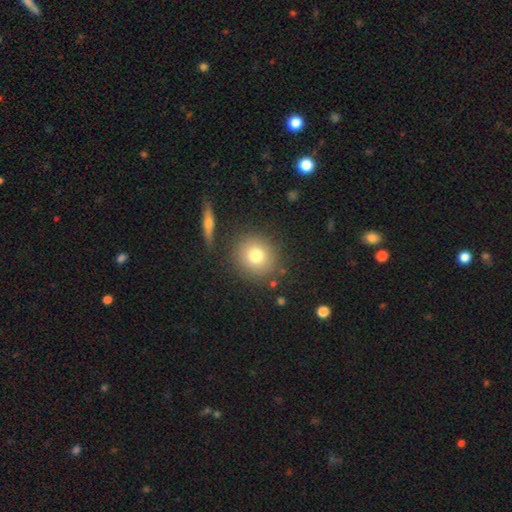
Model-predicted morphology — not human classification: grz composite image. It shows a smooth galaxy with no disk features (77%) that is round (85%). Merging: none (84%).